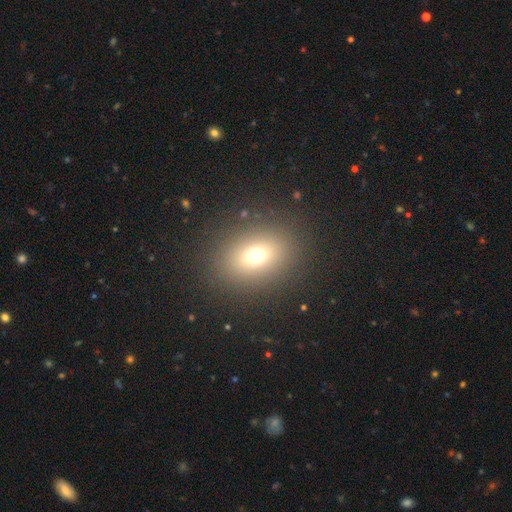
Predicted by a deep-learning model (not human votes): smooth-or-featured: smooth: 68% | star or artifact: 19% | featured or disk: 12%
  how-rounded: in between: 52% | round: 47% | cigar-shaped: 1%
  merging: none: 86% | minor disturbance: 7% | major disturbance: 5% | merger: 1%